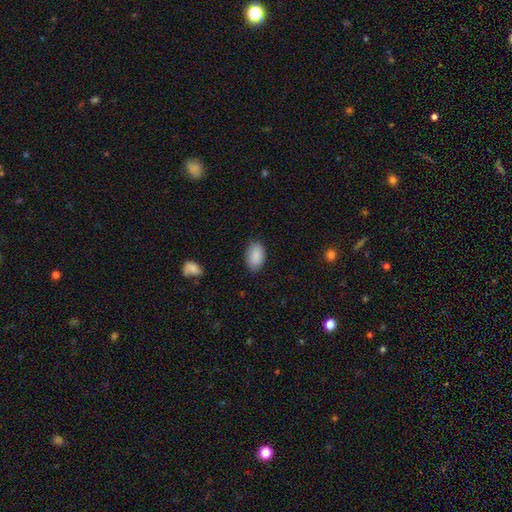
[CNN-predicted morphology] smooth_or_featured: smooth (p=0.89) [alt: star or artifact p=0.07]
how_rounded: in between (p=0.92) [alt: round p=0.07]
merging: none (p=0.83) [alt: minor disturbance p=0.13]